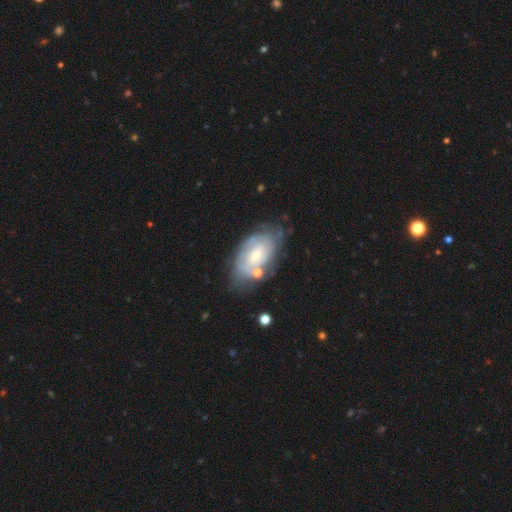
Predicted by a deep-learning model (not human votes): The model was most divided on "bulge size": small: 48%, moderate: 43%, large: 5%, none: 4%, dominant: 1%. More confident: edge-on disk — no (94%); spiral arms — yes (79%); smooth or featured — featured or disk (68%); spiral winding — tight (68%); merging — none (63%); bar — no (61%); spiral arm count — can't tell (55%).